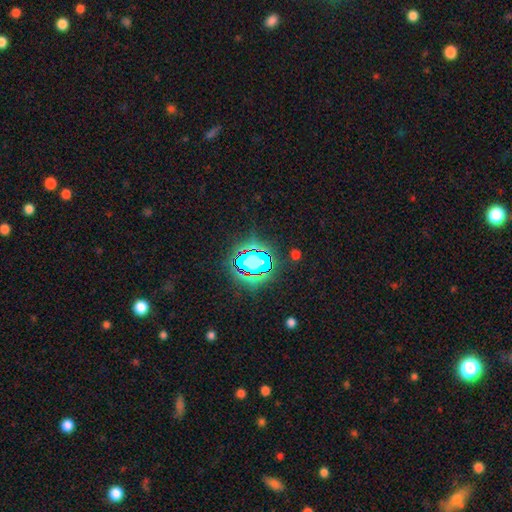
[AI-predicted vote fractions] The model was most divided on "smooth or featured": star or artifact: 78%, smooth: 13%, featured or disk: 8%.